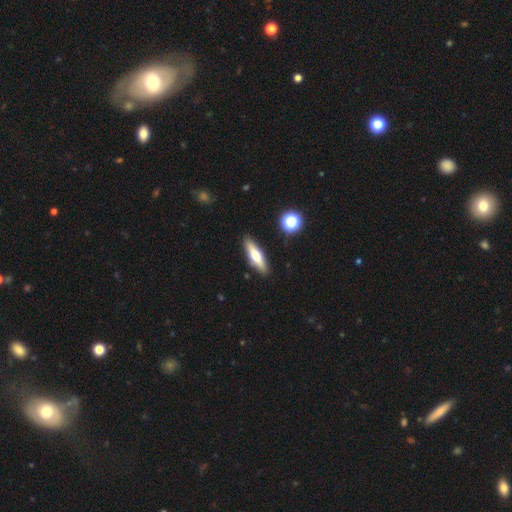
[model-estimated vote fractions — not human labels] This is possibly a smooth galaxy (55%). How rounded: likely cigar-shaped (64%). Merging: clearly none (88%).